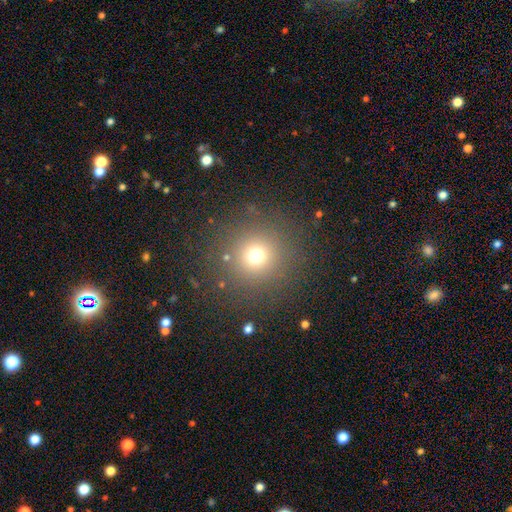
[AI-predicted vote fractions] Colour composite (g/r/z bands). It shows a smooth galaxy with no disk features (70%) that is round (94%). Merging: none (86%).